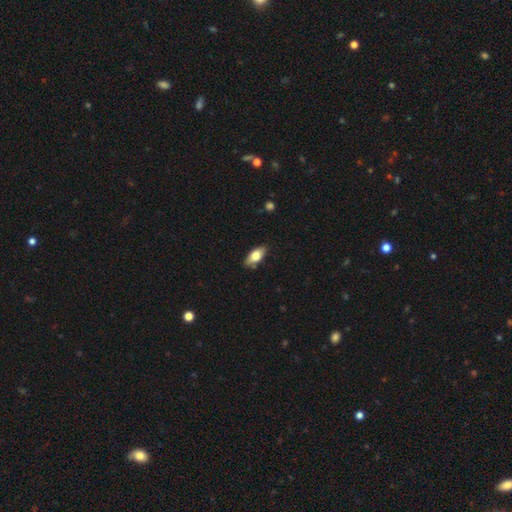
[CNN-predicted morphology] Q: Smooth or featured?
A: smooth (71%); runner-up: featured or disk (22%)
Q: How rounded?
A: in between (85%); runner-up: cigar-shaped (12%)
Q: Merging?
A: none (82%); runner-up: minor disturbance (14%)